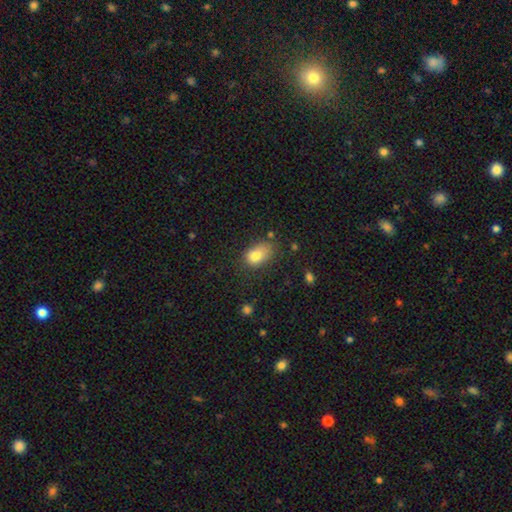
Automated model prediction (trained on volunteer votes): A smooth galaxy with no disk features (81%) that is in between round and cigar-shaped (82%). Merging: none (54%).